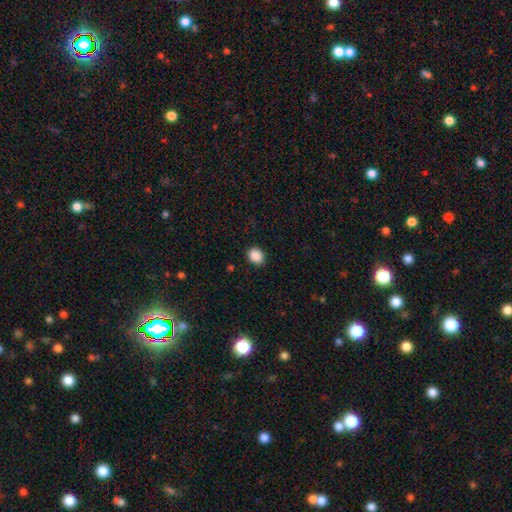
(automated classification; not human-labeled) A smooth galaxy with no disk features (89%) that is round (57%). Merging: none (88%).